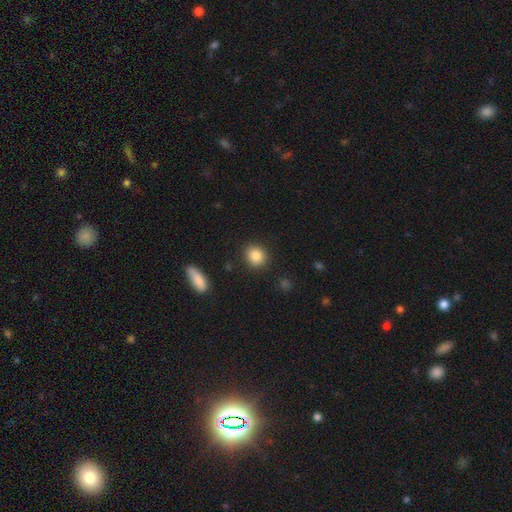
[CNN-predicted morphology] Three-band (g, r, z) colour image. It shows a smooth galaxy with no disk features (85%) that is round (75%). Merging: none (88%).